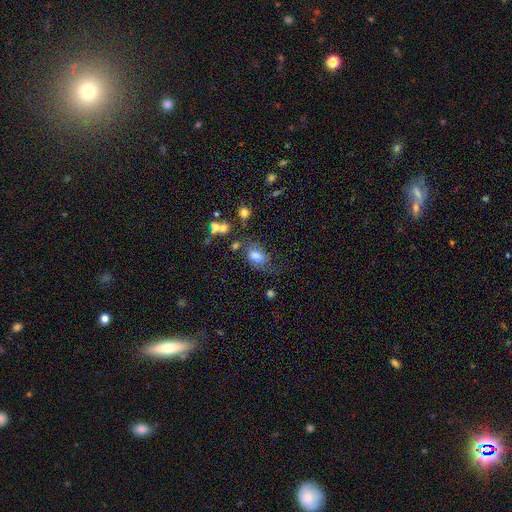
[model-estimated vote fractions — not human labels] smooth-or-featured: smooth: 70% | featured or disk: 20% | star or artifact: 11%
  how-rounded: in between: 85% | round: 13% | cigar-shaped: 2%
  merging: none: 50% | minor disturbance: 25% | major disturbance: 18% | merger: 7%